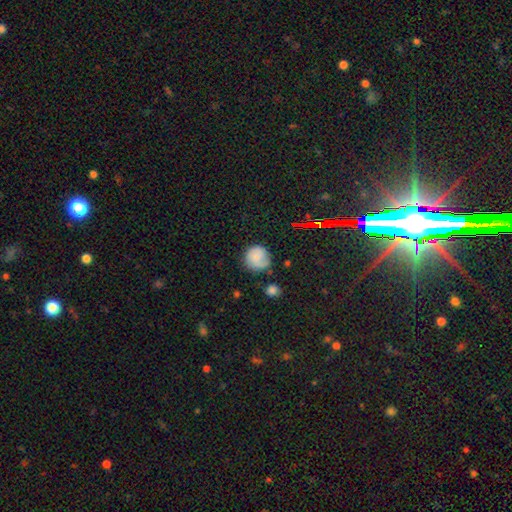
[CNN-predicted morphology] Smooth or featured? Predicted: smooth (p=0.68). How rounded? Predicted: round (p=0.89). Merging? Predicted: none (p=0.66).